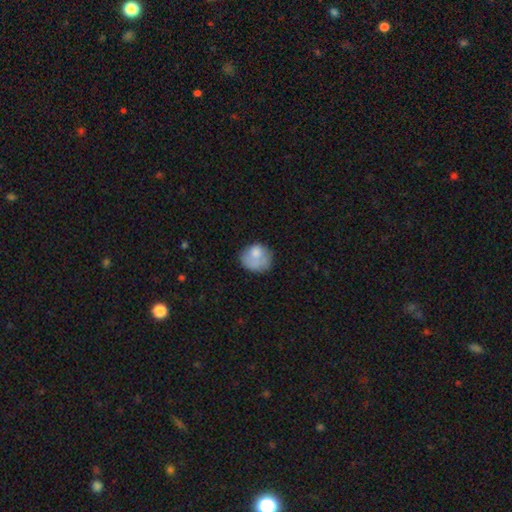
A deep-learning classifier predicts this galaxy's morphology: Smooth or featured? smooth (71%)
How rounded? round (68%)
Merging? none (48%)